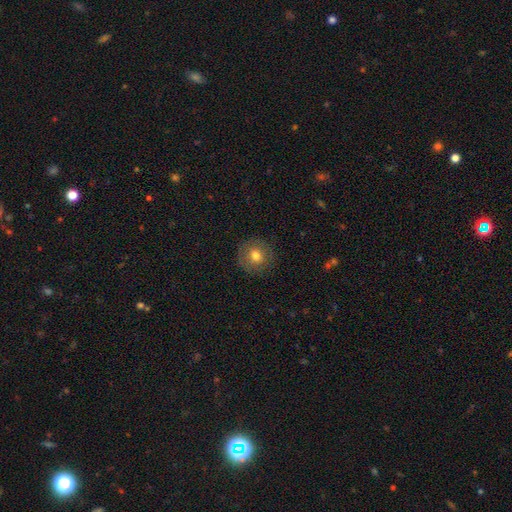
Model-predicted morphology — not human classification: type=smooth (72%); roundness=round (91%); merging=none (88%).